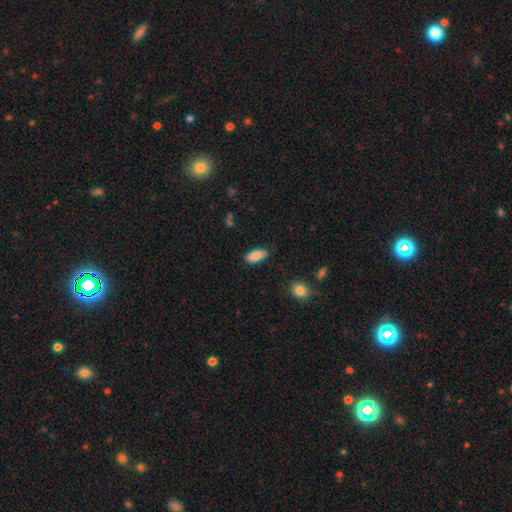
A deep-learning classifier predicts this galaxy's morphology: Smooth or featured? smooth (87%)
How rounded? in between (89%)
Merging? none (83%)